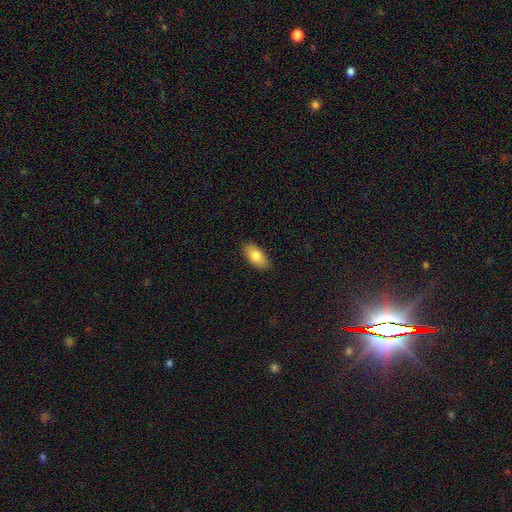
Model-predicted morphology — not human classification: A smooth galaxy with no disk features (80%) that is in between round and cigar-shaped (91%). Merging: none (89%).